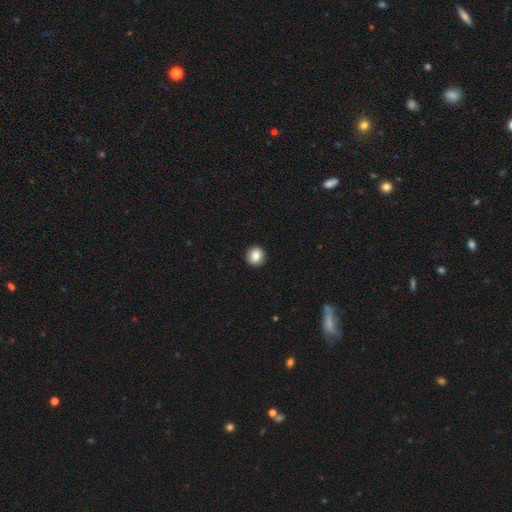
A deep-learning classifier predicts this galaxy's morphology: Smooth or featured? smooth (85%)
How rounded? round (88%)
Merging? none (91%)